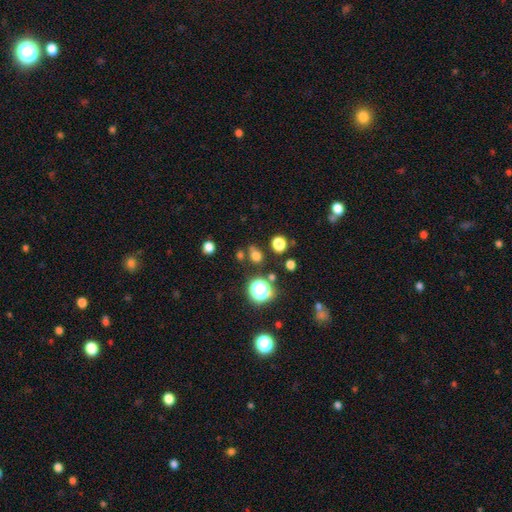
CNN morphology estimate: type=smooth (69%); roundness=round (58%); merging=none (71%).